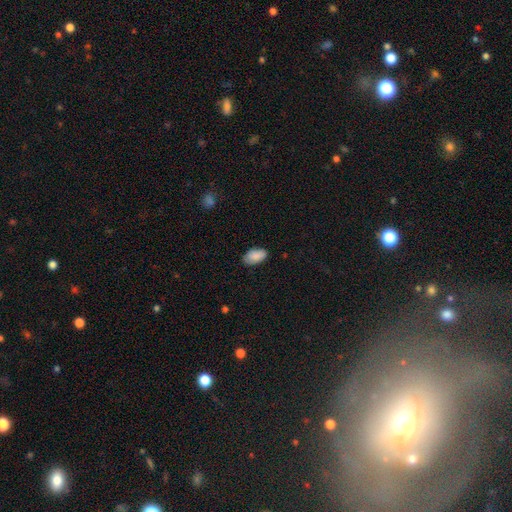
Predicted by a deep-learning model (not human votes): A smooth galaxy with no disk features (88%) that is in between round and cigar-shaped (94%).

Vote fractions:
- Smooth or featured? smooth: 88% / star or artifact: 7% / featured or disk: 6%
- How rounded? in between: 94% / round: 4% / cigar-shaped: 2%
- Merging? none: 80% / minor disturbance: 16% / major disturbance: 3% / merger: 1%